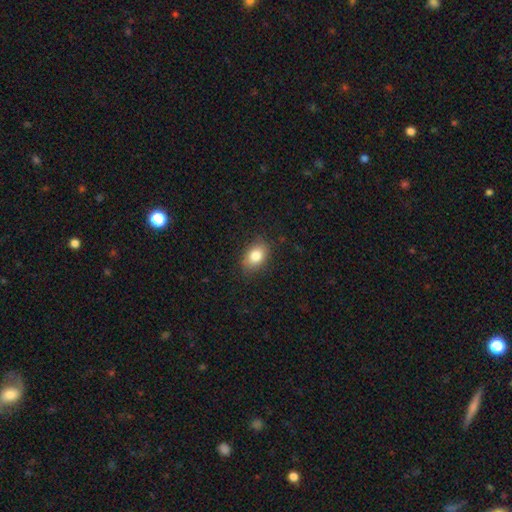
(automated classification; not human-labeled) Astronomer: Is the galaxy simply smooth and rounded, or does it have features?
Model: smooth — 83%.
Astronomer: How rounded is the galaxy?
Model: in between — 82%.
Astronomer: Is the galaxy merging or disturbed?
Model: none — 84%.